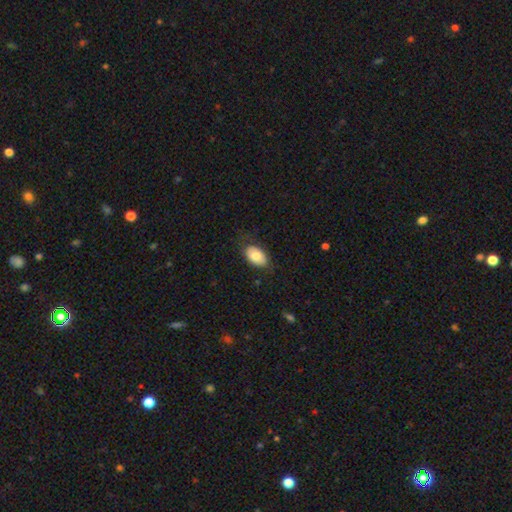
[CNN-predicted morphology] Overall: smooth (77%). How rounded: in between (92%). Merging: none (75%).